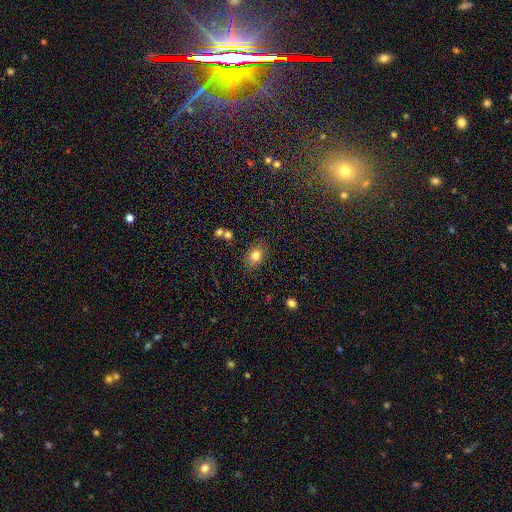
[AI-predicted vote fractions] A smooth galaxy with no disk features (79%) that is in between round and cigar-shaped (70%). Merging: none (80%).